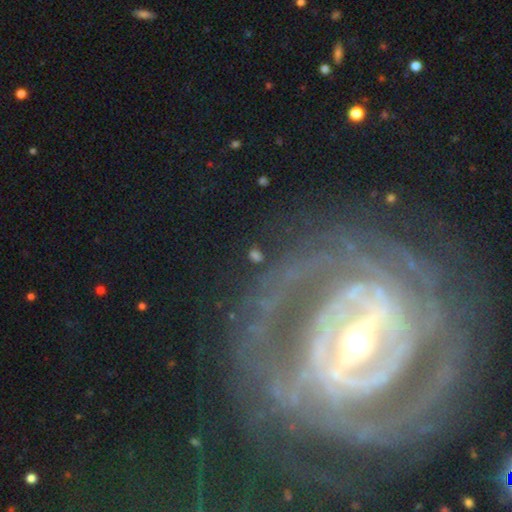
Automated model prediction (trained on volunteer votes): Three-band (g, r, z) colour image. It shows a featured or disk galaxy (38%). Merging: none (76%).